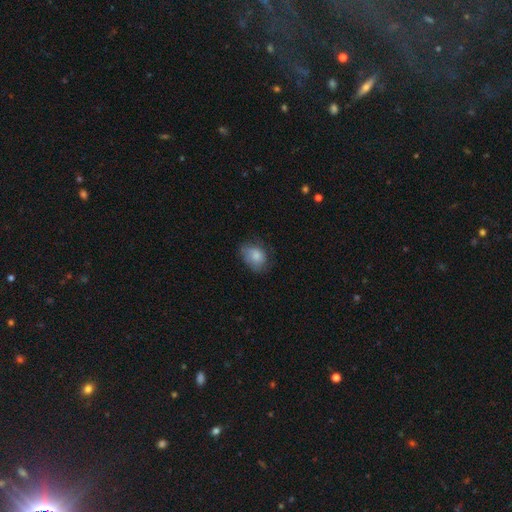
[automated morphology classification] The model was most divided on "merging": none: 57%, minor disturbance: 30%, major disturbance: 11%, merger: 1%. More confident: smooth or featured — smooth (80%); how rounded — in between (68%).